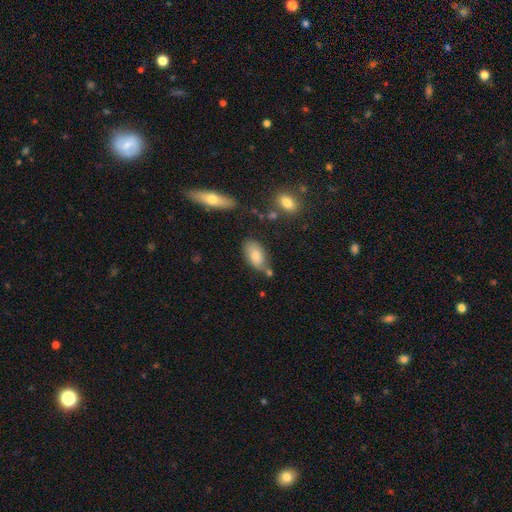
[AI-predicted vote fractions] Smooth or featured? smooth (76%)
How rounded? in between (92%)
Merging? none (60%)